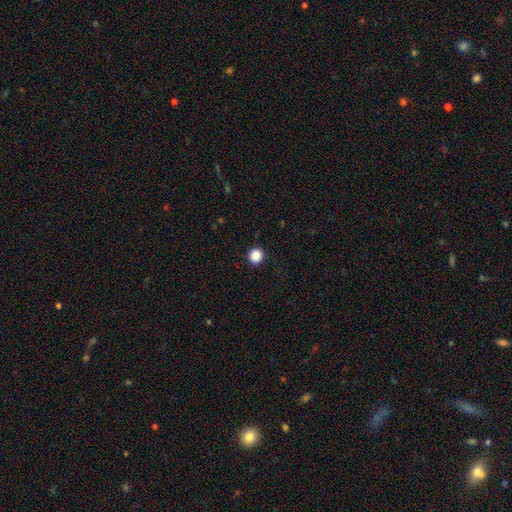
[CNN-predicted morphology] A smooth galaxy with no disk features (87%) that is round (92%).

Vote fractions:
- Smooth or featured? smooth: 87% / star or artifact: 10% / featured or disk: 2%
- How rounded? round: 92% / in between: 7% / cigar-shaped: 1%
- Merging? none: 93% / minor disturbance: 5% / major disturbance: 2% / merger: 1%